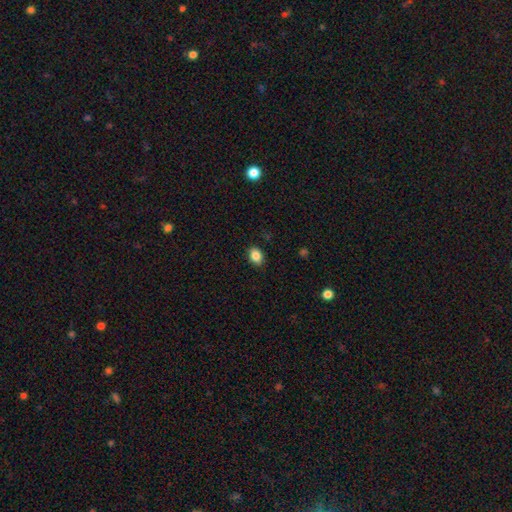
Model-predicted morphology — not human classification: A smooth galaxy with no disk features (86%) that is in between round and cigar-shaped (68%). Merging: none (88%).